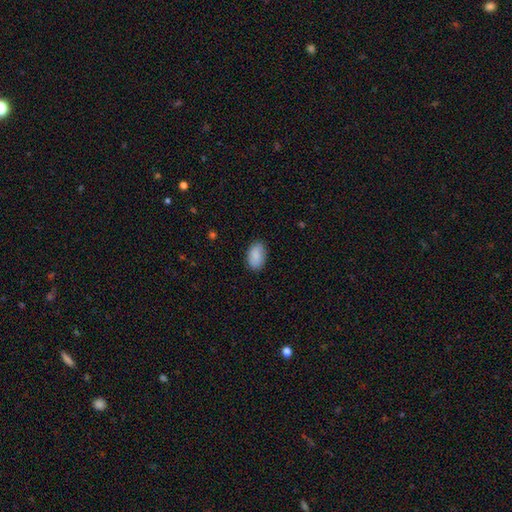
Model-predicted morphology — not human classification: type=smooth (87%); roundness=in between (92%); merging=none (85%).